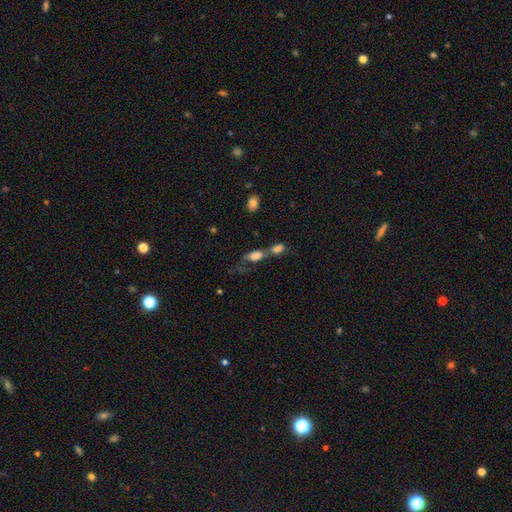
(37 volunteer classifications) Smooth or featured? smooth (73%)
How rounded? in between (96%)
Merging? merger (68%)